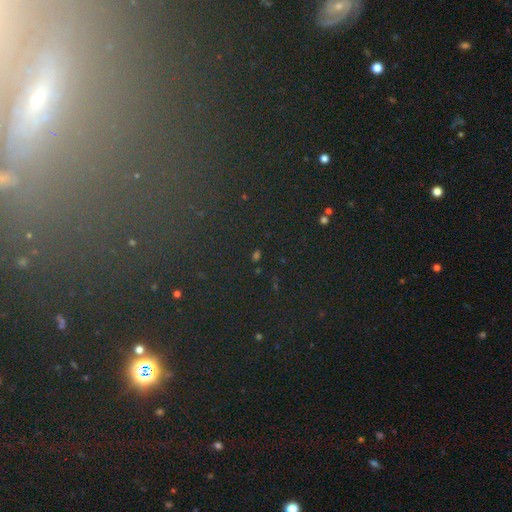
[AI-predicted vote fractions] The model was most divided on "smooth or featured": star or artifact: 78%, smooth: 13%, featured or disk: 9%.